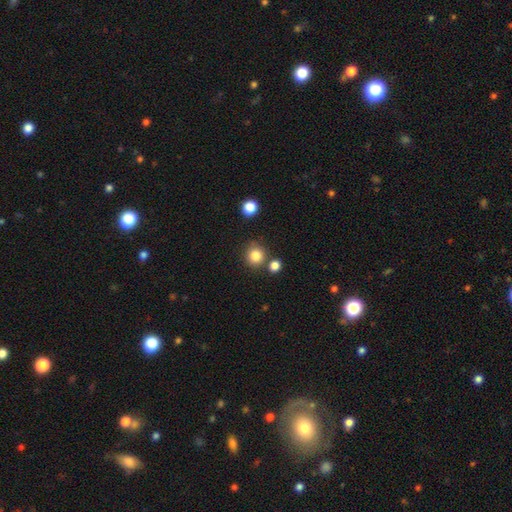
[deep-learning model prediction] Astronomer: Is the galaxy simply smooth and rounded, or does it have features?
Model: smooth — 83%.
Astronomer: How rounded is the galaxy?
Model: round — 89%.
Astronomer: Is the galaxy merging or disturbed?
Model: none — 77%.